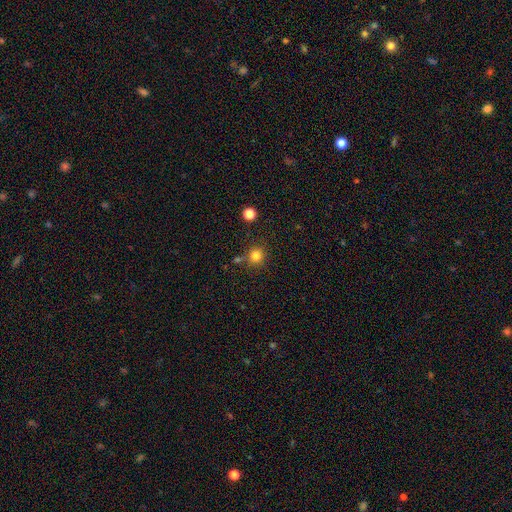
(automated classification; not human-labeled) smooth_or_featured: smooth (p=0.81) [alt: star or artifact p=0.13]
how_rounded: round (p=0.91) [alt: in between p=0.08]
merging: none (p=0.76) [alt: minor disturbance p=0.10]